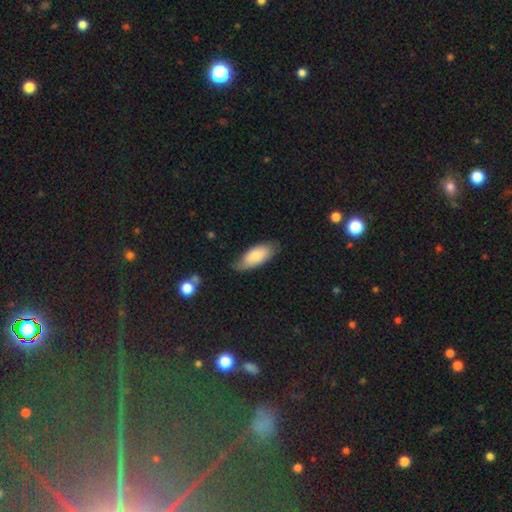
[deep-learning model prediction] Morphology: type=smooth (78%); roundness=in between (87%); merging=none (67%).